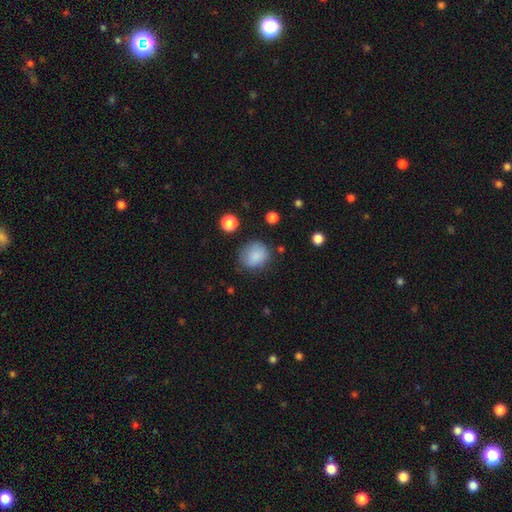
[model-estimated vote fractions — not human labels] The model was most divided on "how rounded": round: 71%, in between: 28%, cigar-shaped: 1%. More confident: smooth or featured — smooth (85%); merging — none (72%).